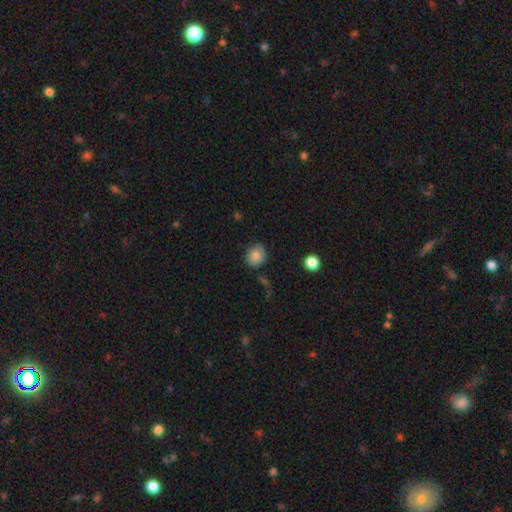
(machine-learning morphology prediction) This is clearly a smooth galaxy (82%). How rounded: clearly round (83%). Merging: clearly none (84%).